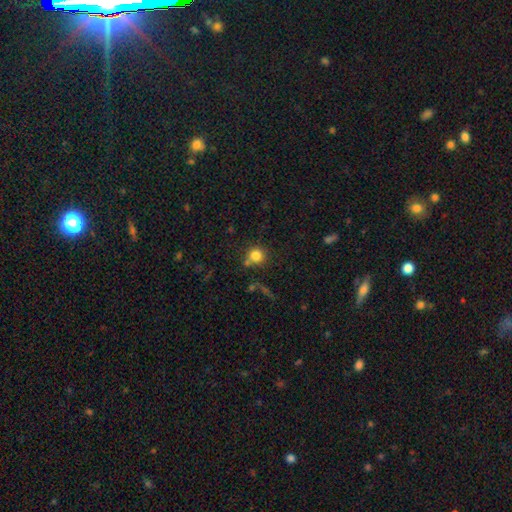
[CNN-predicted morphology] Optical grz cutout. It shows a smooth galaxy with no disk features (82%) that is round (92%). Merging: none (69%).